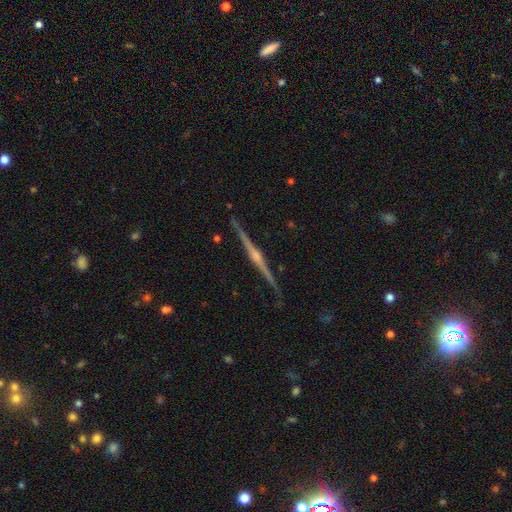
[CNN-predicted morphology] smooth_or_featured: featured or disk (p=0.90) [alt: smooth p=0.06]
disk_edge_on: yes (p=0.99) [alt: no p=0.01]
edge_on_bulge: rounded (p=0.88) [alt: none p=0.06]
merging: none (p=0.90) [alt: minor disturbance p=0.07]